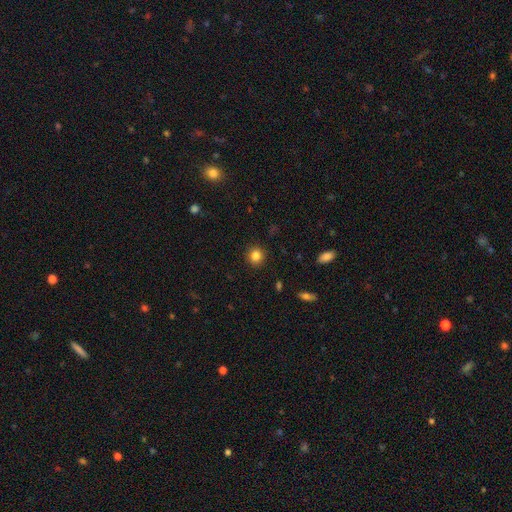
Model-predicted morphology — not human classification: Smooth or featured? smooth (84%)
How rounded? round (90%)
Merging? none (91%)